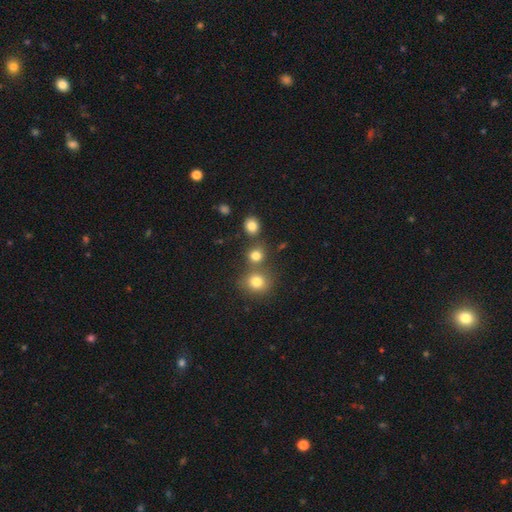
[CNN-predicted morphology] Overall: smooth (77%). How rounded: round (80%). Merging: none (62%; merger 26%).